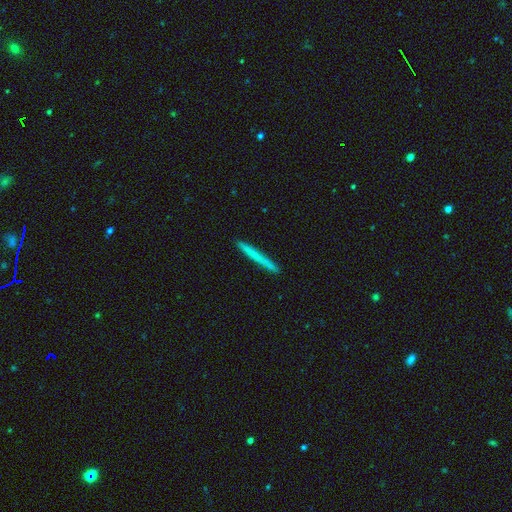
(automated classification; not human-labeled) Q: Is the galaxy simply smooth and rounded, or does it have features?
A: smooth — 64%.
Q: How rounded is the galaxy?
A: cigar-shaped — 97%.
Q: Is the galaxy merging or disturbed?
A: none — 92%.